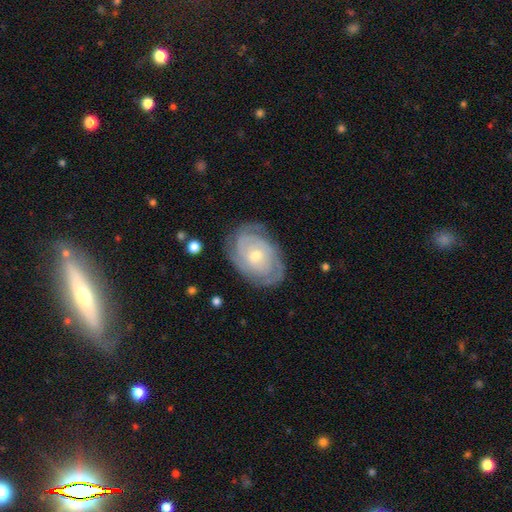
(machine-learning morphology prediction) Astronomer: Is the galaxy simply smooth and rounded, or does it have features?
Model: featured or disk — 84%.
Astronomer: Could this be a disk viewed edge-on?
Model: no — 96%.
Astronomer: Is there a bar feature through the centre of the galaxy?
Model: no — 78%.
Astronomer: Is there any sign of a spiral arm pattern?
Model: yes — 93%.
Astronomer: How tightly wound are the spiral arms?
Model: tight — 77%.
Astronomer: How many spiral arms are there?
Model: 2 — 33% (runner-up: can't tell, 30%).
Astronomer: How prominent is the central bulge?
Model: small — 49% (runner-up: moderate, 48%).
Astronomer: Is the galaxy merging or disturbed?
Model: none — 78%.